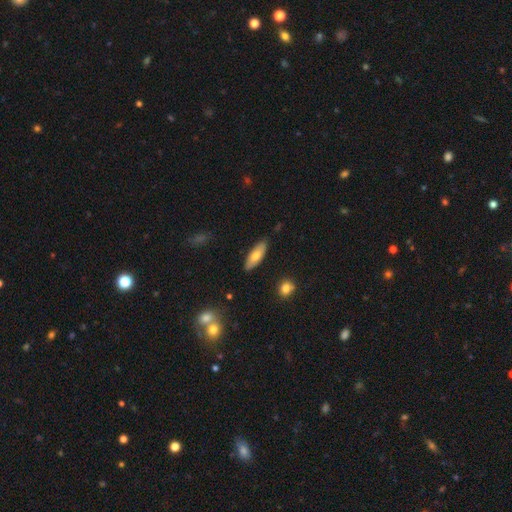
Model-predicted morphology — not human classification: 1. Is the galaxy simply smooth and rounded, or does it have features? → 71% smooth, 22% featured or disk, 6% star or artifact.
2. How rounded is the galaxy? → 64% in between, 33% cigar-shaped, 2% round.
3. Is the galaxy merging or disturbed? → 86% none, 11% minor disturbance, 2% major disturbance, 2% merger.